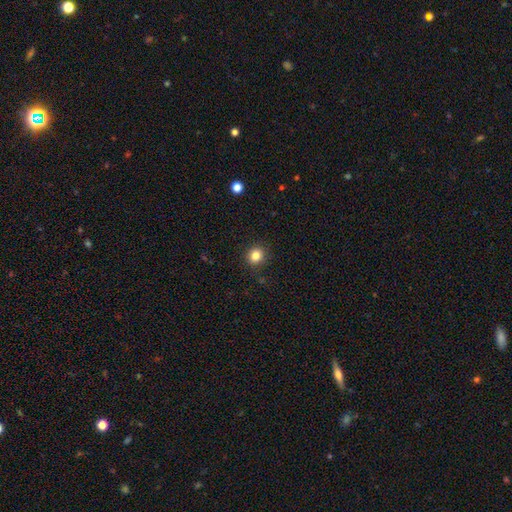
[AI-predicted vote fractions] This is clearly a smooth galaxy (84%). How rounded: clearly round (83%). Merging: clearly none (90%).